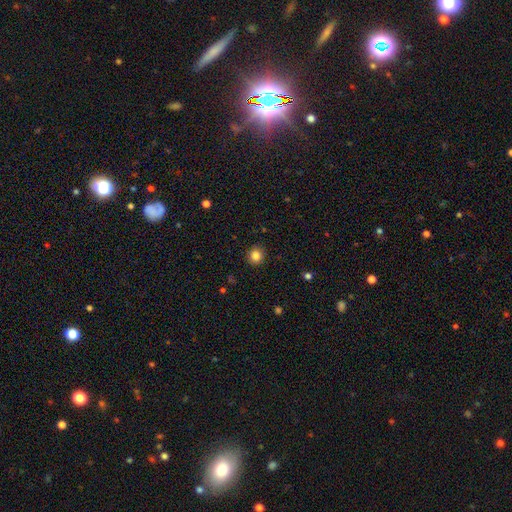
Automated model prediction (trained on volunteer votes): Smooth or featured: smooth — 84% (star or artifact — 11%)
How rounded: round — 89% (in between — 10%)
Merging: none — 91% (minor disturbance — 7%)